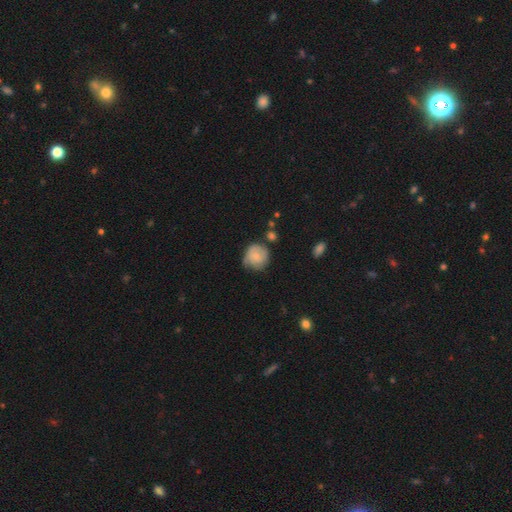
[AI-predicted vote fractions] Q: Smooth or featured?
A: smooth (69%); runner-up: featured or disk (24%)
Q: How rounded?
A: round (84%); runner-up: in between (15%)
Q: Merging?
A: none (52%); runner-up: minor disturbance (33%)